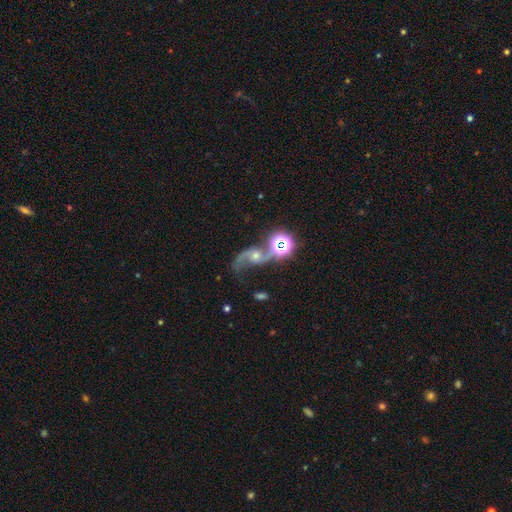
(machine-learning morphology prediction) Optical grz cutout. It shows a featured or disk galaxy (72%) with no bar (65%), 2 (81%) loose (74%) spiral arms (92%) and a moderate central bulge (53%). Merging: none (44%).